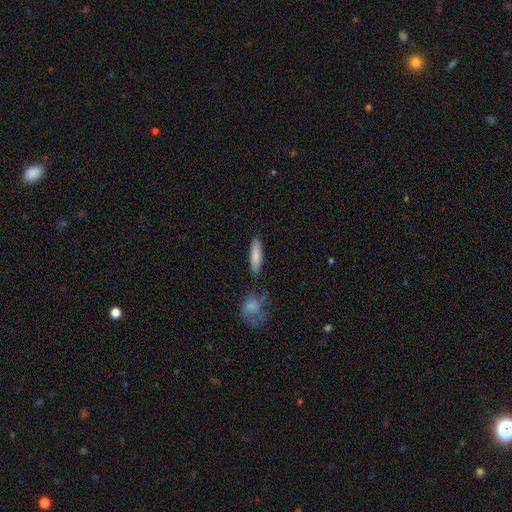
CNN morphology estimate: type=smooth (82%); roundness=cigar-shaped (75%); merging=none (80%).